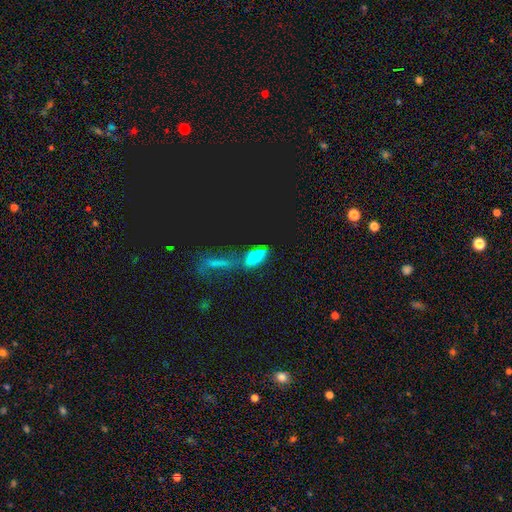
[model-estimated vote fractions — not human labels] Smooth or featured?
  - smooth: 56% *
  - featured or disk: 22%
  - star or artifact: 22%
How rounded?
  - in between: 77% *
  - cigar-shaped: 16%
  - round: 8%
Merging?
  - none: 48% *
  - merger: 23%
  - minor disturbance: 17%
  - major disturbance: 13%